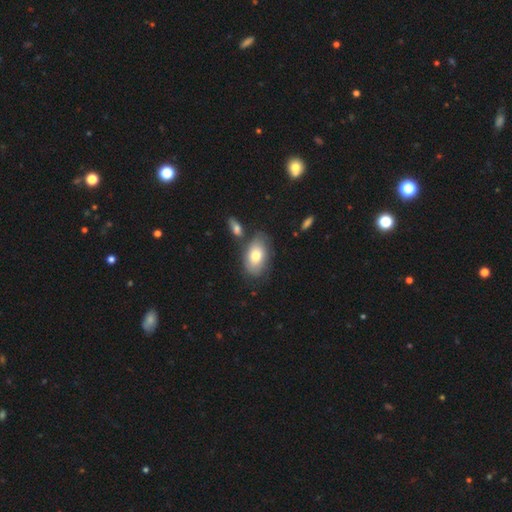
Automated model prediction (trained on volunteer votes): Smooth or featured? Predicted: smooth (p=0.71). How rounded? Predicted: in between (p=0.90). Merging? Predicted: none (p=0.67).